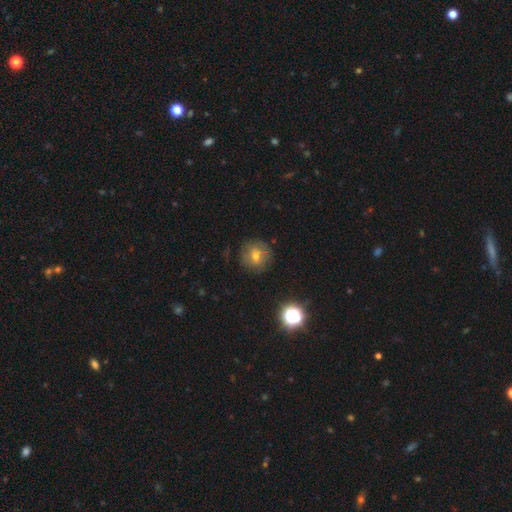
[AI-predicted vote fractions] Smooth or featured? smooth (55%)
How rounded? round (89%)
Merging? none (80%)